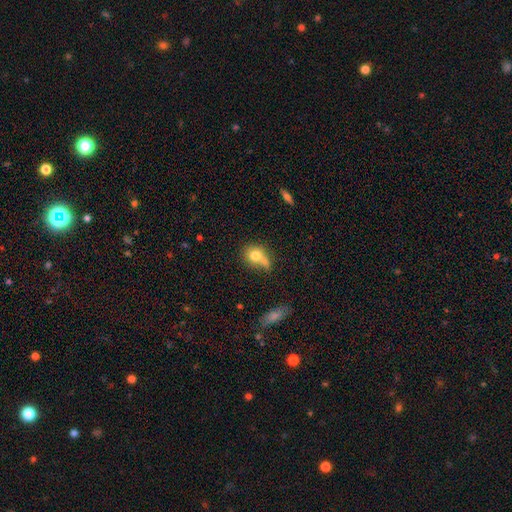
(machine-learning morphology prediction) Smooth or featured? Predicted: smooth (p=0.75). How rounded? Predicted: round (p=0.70). Merging? Predicted: merger (p=0.43).